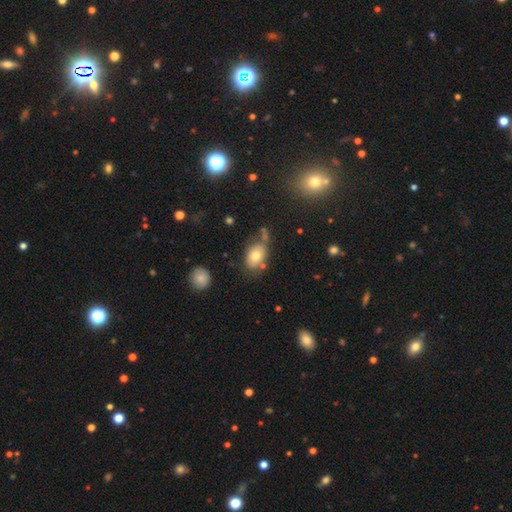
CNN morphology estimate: type=smooth (75%); roundness=in between (79%); merging=none (60%).